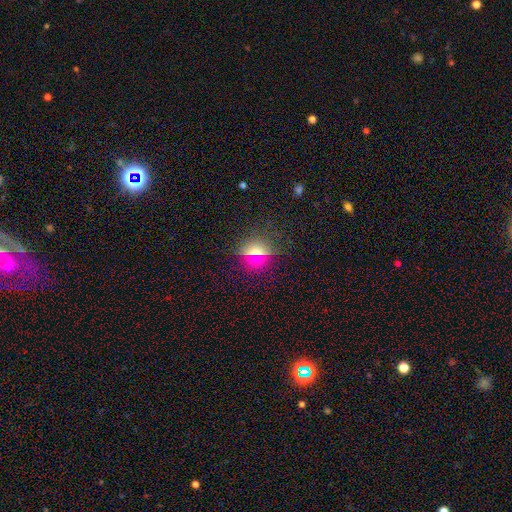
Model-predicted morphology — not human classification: A smooth galaxy with no disk features (60%) that is round (85%). Merging: none (87%).